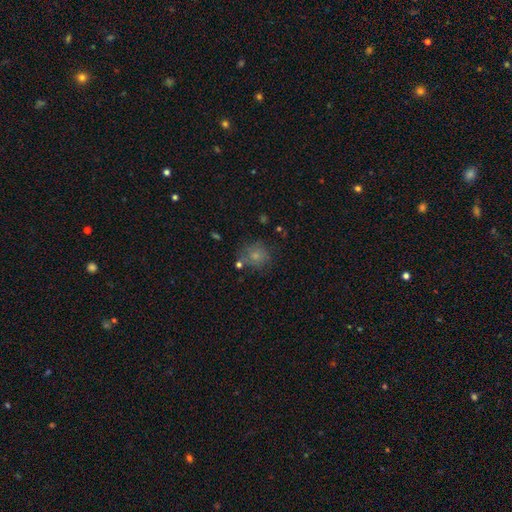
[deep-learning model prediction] Smooth or featured: smooth — 71% (featured or disk — 15%)
How rounded: round — 84% (in between — 15%)
Merging: none — 66% (minor disturbance — 18%)